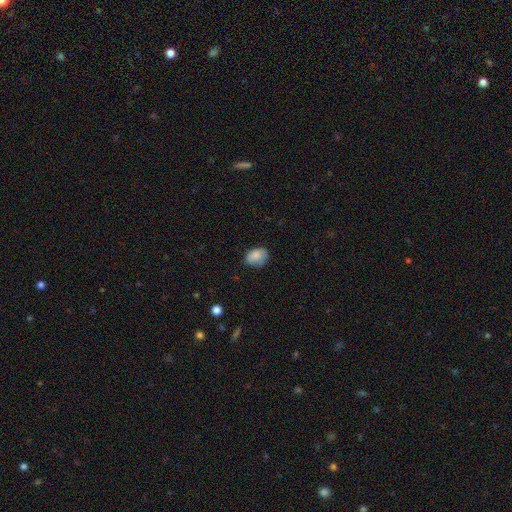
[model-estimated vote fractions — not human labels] Smooth or featured: smooth — 84% (featured or disk — 8%)
How rounded: in between — 74% (round — 25%)
Merging: none — 67% (minor disturbance — 26%)